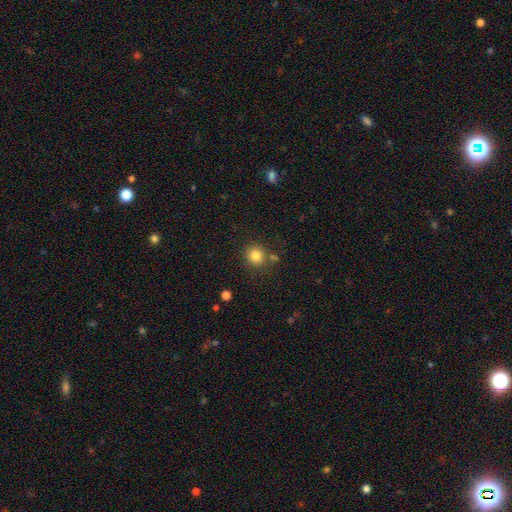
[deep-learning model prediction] A smooth galaxy with no disk features (82%) that is round (87%). Merging: none (80%).